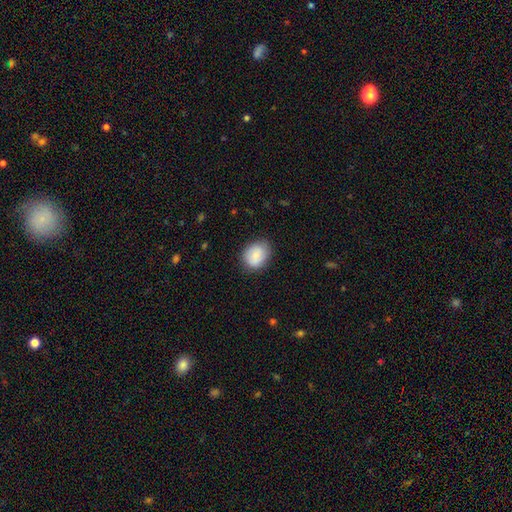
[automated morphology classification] Smooth or featured?
  - smooth: 82% *
  - featured or disk: 11%
  - star or artifact: 7%
How rounded?
  - in between: 53% *
  - round: 46%
  - cigar-shaped: 1%
Merging?
  - none: 78% *
  - minor disturbance: 17%
  - major disturbance: 4%
  - merger: 1%